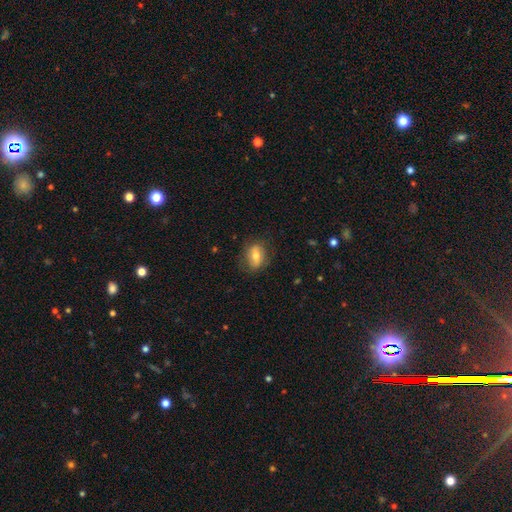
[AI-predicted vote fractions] smooth-or-featured: smooth: 60% | featured or disk: 32% | star or artifact: 8%
  how-rounded: in between: 69% | round: 29% | cigar-shaped: 2%
  merging: none: 76% | minor disturbance: 17% | major disturbance: 6% | merger: 1%